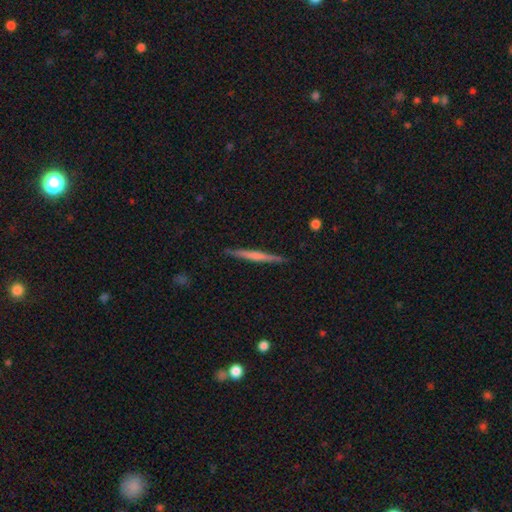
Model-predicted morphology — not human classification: type=featured or disk (49%); merging=none (90%).